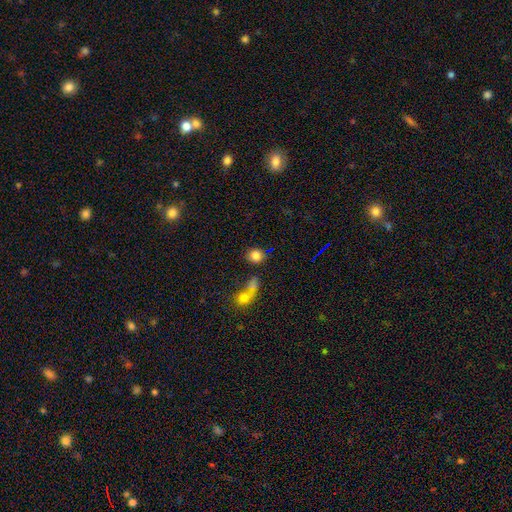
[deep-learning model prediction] Q: Smooth or featured?
A: smooth (81%); runner-up: star or artifact (12%)
Q: How rounded?
A: round (80%); runner-up: in between (19%)
Q: Merging?
A: none (67%); runner-up: merger (18%)